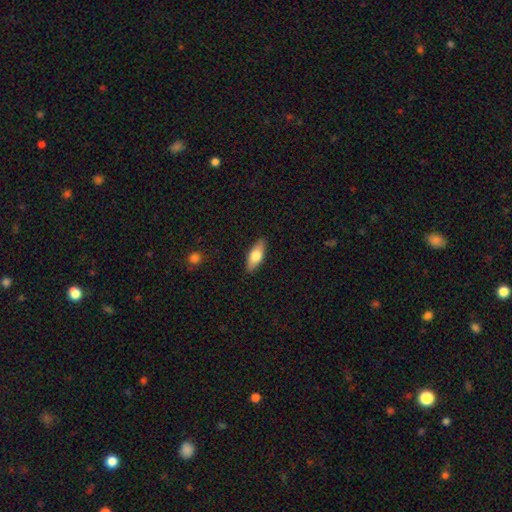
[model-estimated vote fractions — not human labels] This appears to be a smooth galaxy with no disk features (68%) that is in between round and cigar-shaped (73%). Merging: none (88%).